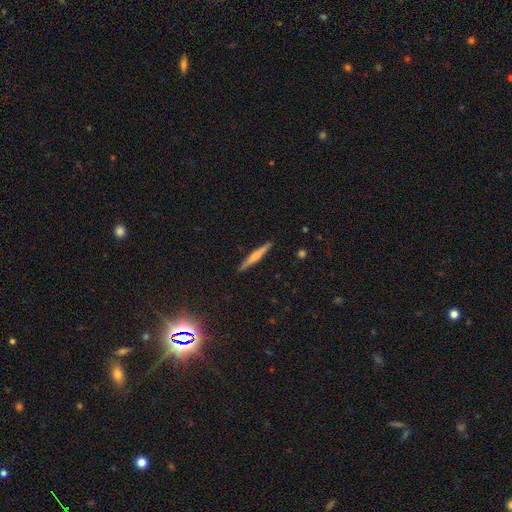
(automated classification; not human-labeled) Smooth or featured?
  - smooth: 48% *
  - featured or disk: 46%
  - star or artifact: 6%
Merging?
  - none: 90% *
  - minor disturbance: 8%
  - major disturbance: 2%
  - merger: 1%